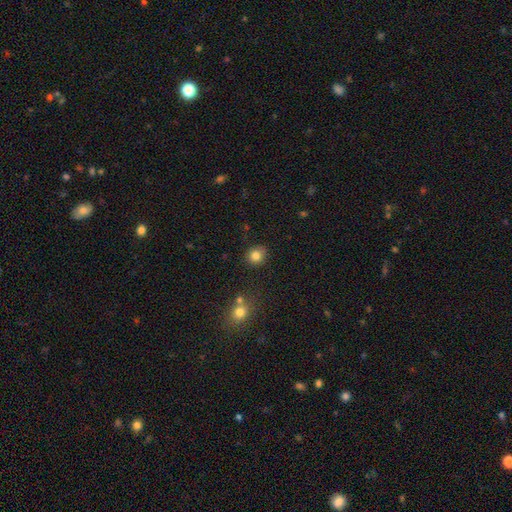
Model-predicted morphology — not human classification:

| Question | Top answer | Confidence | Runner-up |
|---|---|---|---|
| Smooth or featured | smooth | 82% | star or artifact (11%) |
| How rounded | round | 77% | in between (22%) |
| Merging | none | 83% | minor disturbance (11%) |